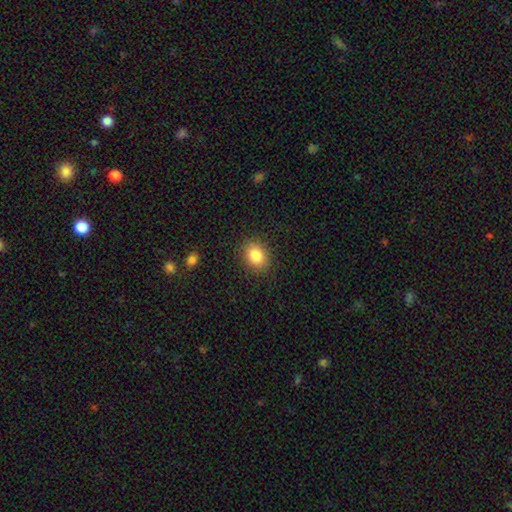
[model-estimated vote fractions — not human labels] Morphology: type=smooth (85%); roundness=in between (60%); merging=none (87%).